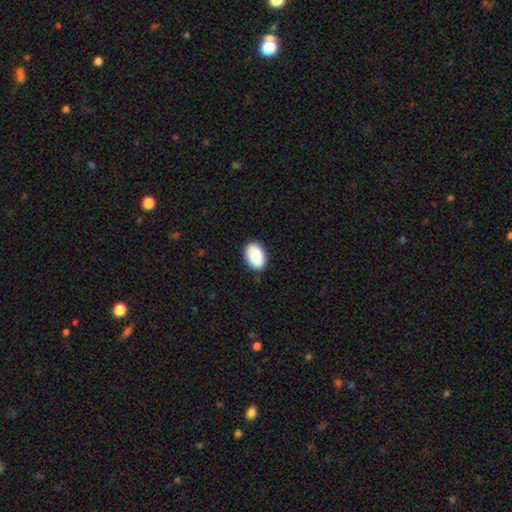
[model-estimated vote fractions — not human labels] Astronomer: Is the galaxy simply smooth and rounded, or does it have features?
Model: smooth — 85%.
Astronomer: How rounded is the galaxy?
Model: in between — 85%.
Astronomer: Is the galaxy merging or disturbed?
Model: none — 84%.